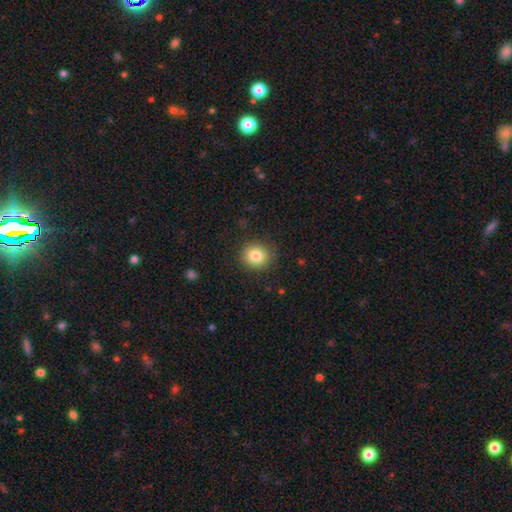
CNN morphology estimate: type=smooth (82%); roundness=round (89%); merging=none (86%).